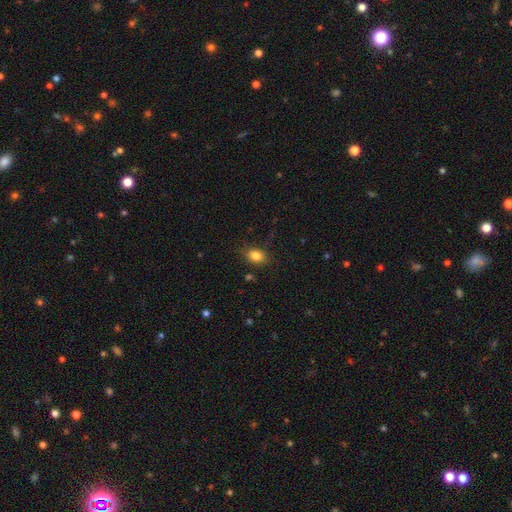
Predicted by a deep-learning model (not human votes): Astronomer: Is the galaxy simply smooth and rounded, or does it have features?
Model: smooth — 83%.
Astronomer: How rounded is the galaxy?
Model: in between — 70%.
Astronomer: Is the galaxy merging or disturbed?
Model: none — 81%.